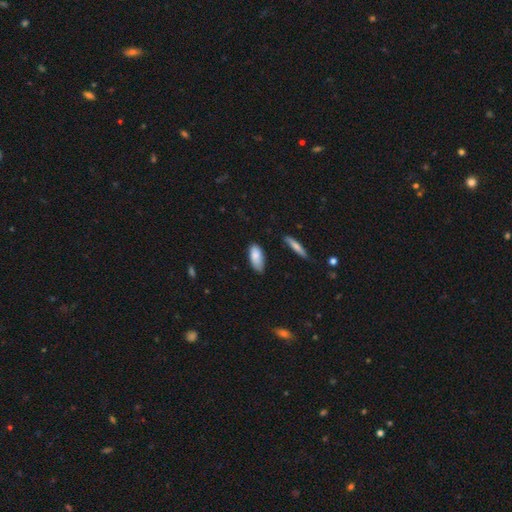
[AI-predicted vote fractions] Smooth or featured? smooth (84%)
How rounded? in between (86%)
Merging? none (66%)